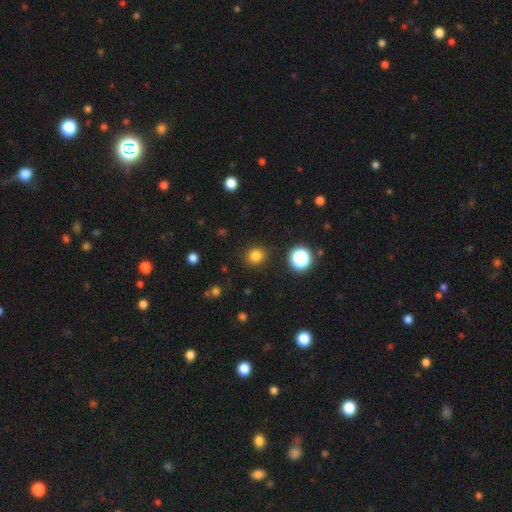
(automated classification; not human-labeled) Q: Smooth or featured?
A: smooth (81%); runner-up: star or artifact (15%)
Q: How rounded?
A: round (82%); runner-up: in between (17%)
Q: Merging?
A: none (88%); runner-up: minor disturbance (7%)